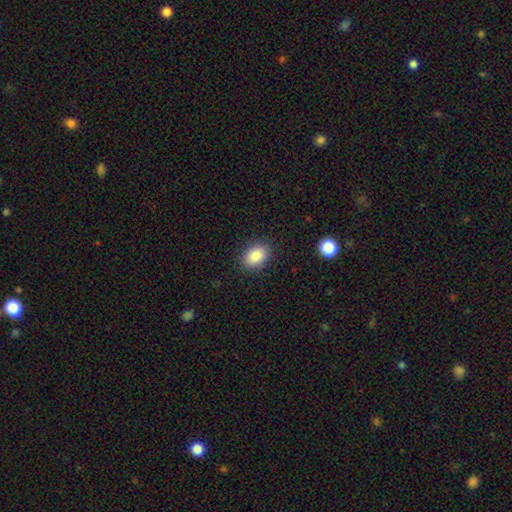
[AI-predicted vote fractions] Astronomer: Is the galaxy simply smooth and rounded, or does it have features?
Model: smooth — 87%.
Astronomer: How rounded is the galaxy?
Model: in between — 85%.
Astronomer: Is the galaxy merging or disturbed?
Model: none — 88%.